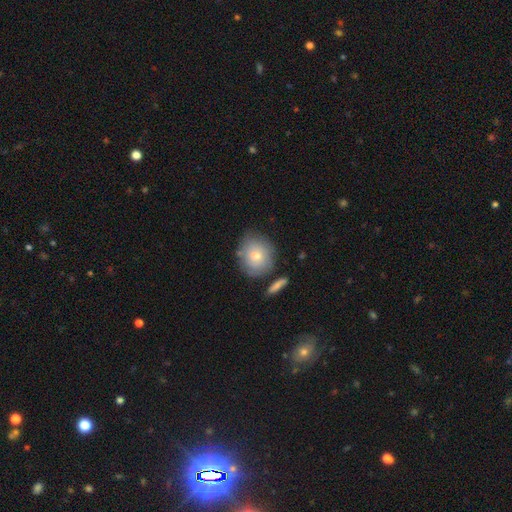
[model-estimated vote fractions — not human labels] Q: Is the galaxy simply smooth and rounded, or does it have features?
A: smooth — 70%.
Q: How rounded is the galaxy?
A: round — 80%.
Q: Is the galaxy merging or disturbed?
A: none — 73%.